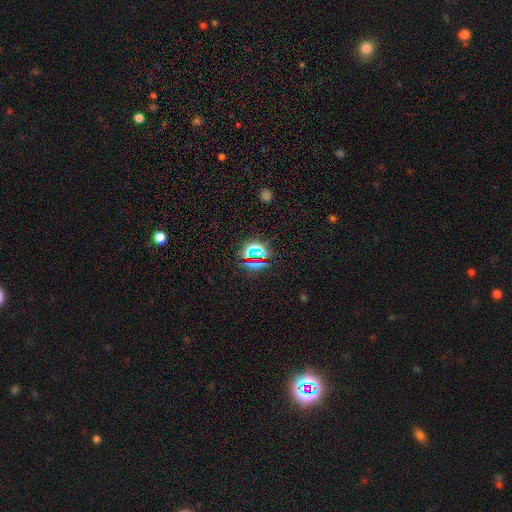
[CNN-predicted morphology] Smooth or featured?
  - star or artifact: 65% *
  - smooth: 25%
  - featured or disk: 10%